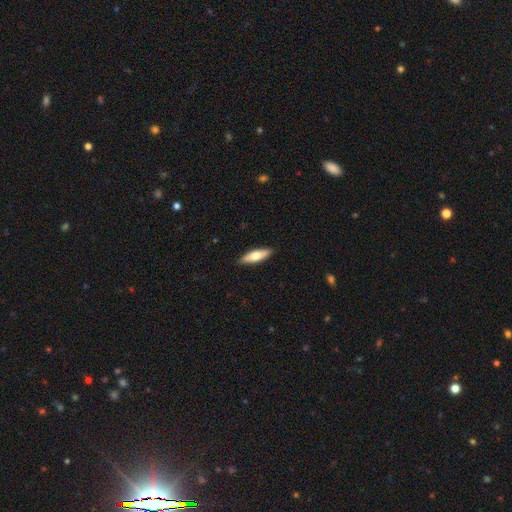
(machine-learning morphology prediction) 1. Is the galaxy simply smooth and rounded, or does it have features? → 65% smooth, 29% featured or disk, 5% star or artifact.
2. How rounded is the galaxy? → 51% cigar-shaped, 47% in between, 2% round.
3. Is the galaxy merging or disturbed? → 88% none, 9% minor disturbance, 2% major disturbance, 1% merger.